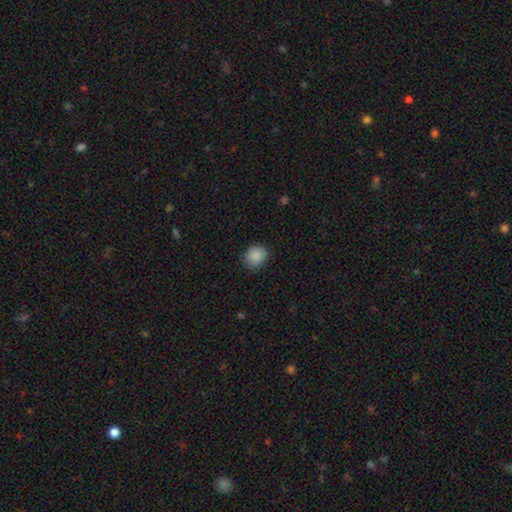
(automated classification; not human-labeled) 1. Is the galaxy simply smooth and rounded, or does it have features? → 88% smooth, 8% star or artifact, 4% featured or disk.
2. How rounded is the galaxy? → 69% round, 30% in between, 1% cigar-shaped.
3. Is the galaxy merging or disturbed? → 85% none, 11% minor disturbance, 3% major disturbance, 1% merger.